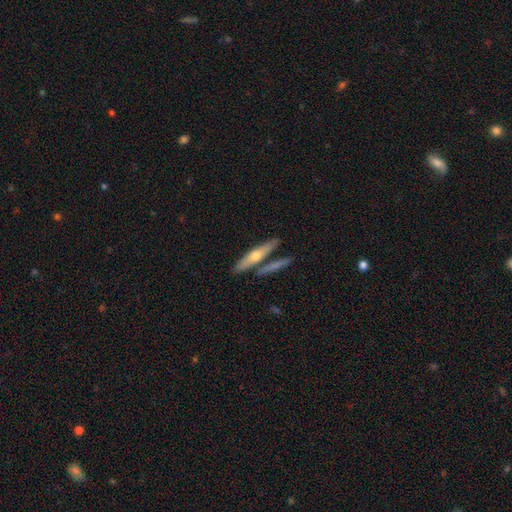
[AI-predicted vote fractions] smooth-or-featured: featured or disk: 54% | smooth: 40% | star or artifact: 5%
  disk-edge-on: yes: 91% | no: 9%
  merging: none: 74% | merger: 14% | minor disturbance: 9% | major disturbance: 3%